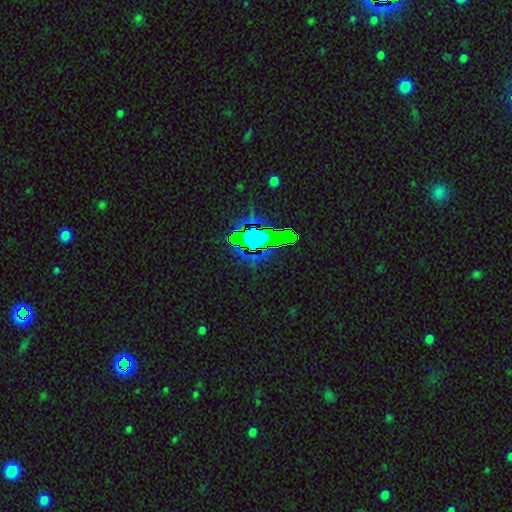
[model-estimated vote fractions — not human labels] The model was most divided on "smooth or featured": star or artifact: 77%, smooth: 13%, featured or disk: 11%.